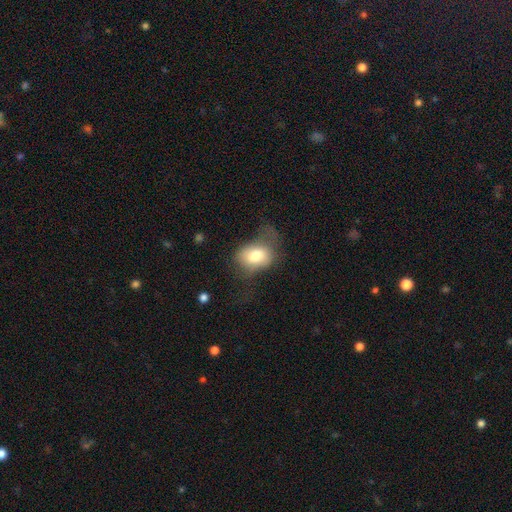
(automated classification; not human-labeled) Smooth or featured? smooth (74%)
How rounded? in between (73%)
Merging? none (36%)